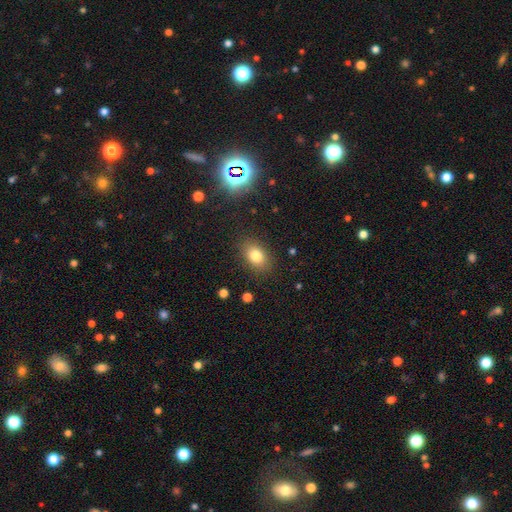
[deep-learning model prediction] This appears to be a smooth galaxy with no disk features (81%) that is in between round and cigar-shaped (78%). Merging: none (84%).